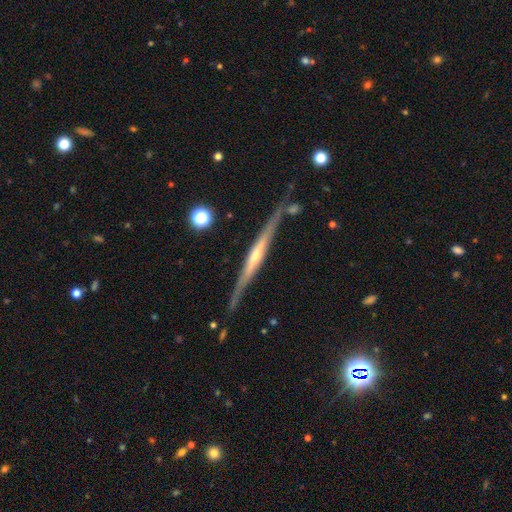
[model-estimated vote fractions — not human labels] Morphology: type=featured or disk (81%); edge-on=yes (97%); edge-on bulge=rounded (65%); merging=none (83%).